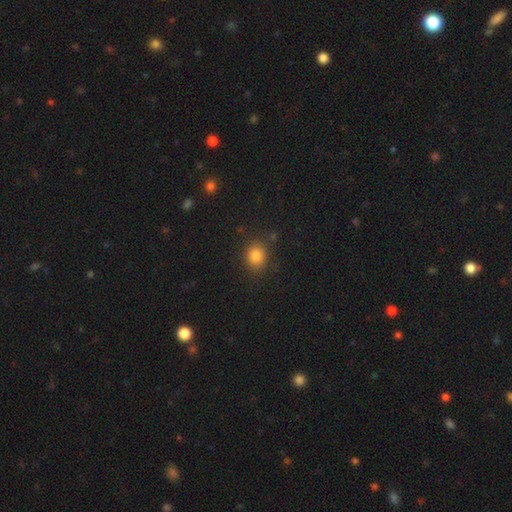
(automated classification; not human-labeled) Morphology: type=smooth (83%); roundness=round (69%); merging=none (82%).